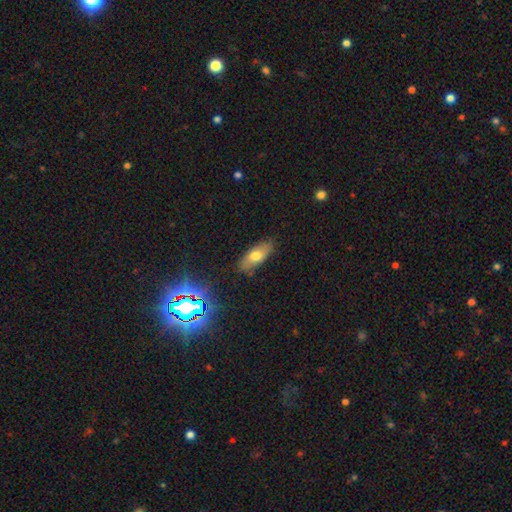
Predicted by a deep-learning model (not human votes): A smooth galaxy with no disk features (67%) that is in between round and cigar-shaped (81%).

Vote fractions:
- Smooth or featured? smooth: 67% / featured or disk: 23% / star or artifact: 9%
- How rounded? in between: 81% / cigar-shaped: 16% / round: 3%
- Merging? none: 80% / minor disturbance: 15% / major disturbance: 3% / merger: 2%